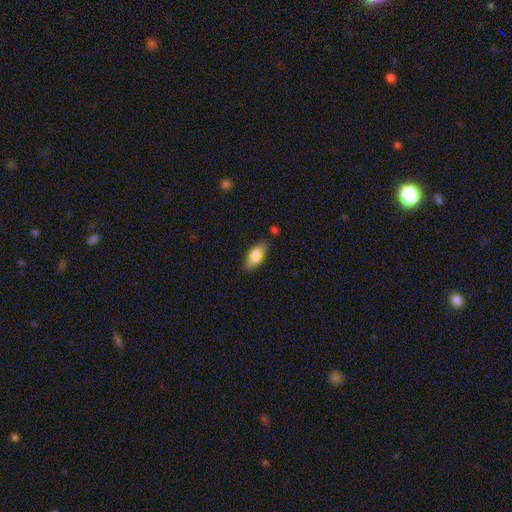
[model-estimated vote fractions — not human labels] smooth_or_featured: smooth (p=0.74) [alt: featured or disk p=0.16]
how_rounded: in between (p=0.84) [alt: cigar-shaped p=0.12]
merging: none (p=0.75) [alt: minor disturbance p=0.15]